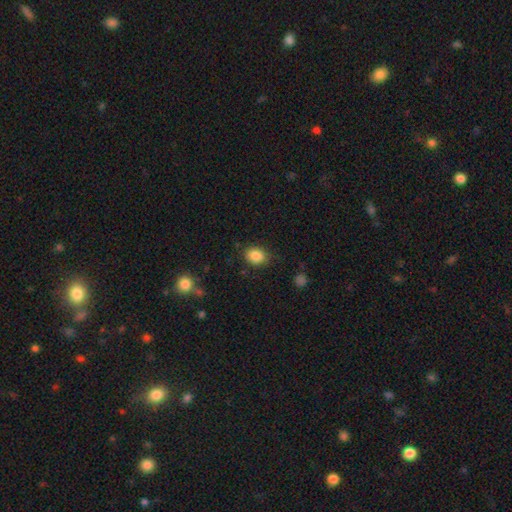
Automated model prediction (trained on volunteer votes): Smooth or featured: smooth — 85% (star or artifact — 9%)
How rounded: in between — 55% (round — 44%)
Merging: none — 82% (minor disturbance — 13%)